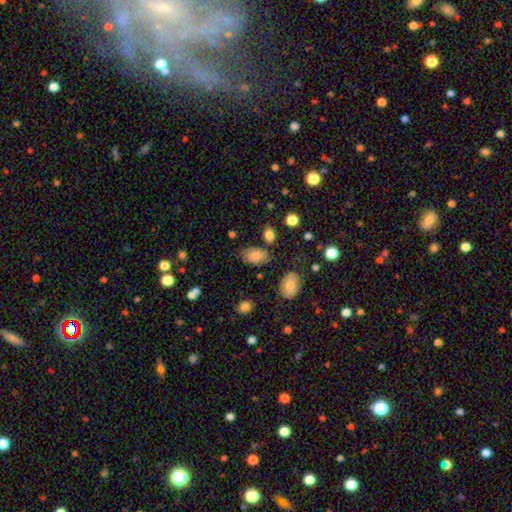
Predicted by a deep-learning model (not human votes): Morphology: type=smooth (81%); roundness=in between (91%); merging=none (70%).